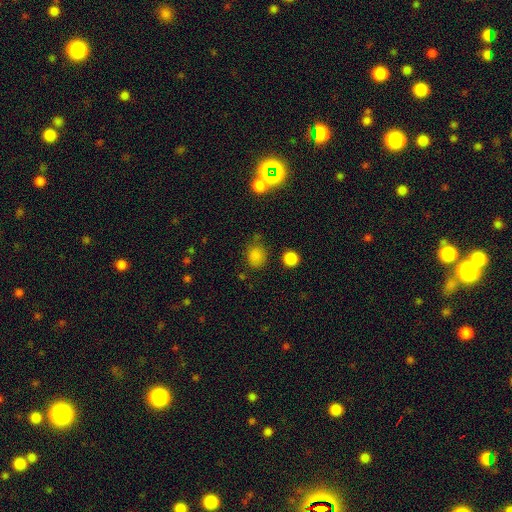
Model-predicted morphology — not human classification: This appears to be a smooth galaxy with no disk features (80%) that is round (69%). Merging: none (71%).